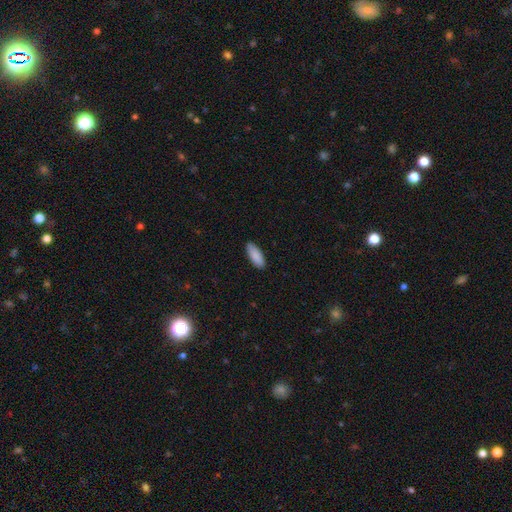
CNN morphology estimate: smooth_or_featured: smooth (p=0.90) [alt: star or artifact p=0.06]
how_rounded: in between (p=0.73) [alt: cigar-shaped p=0.26]
merging: none (p=0.88) [alt: minor disturbance p=0.09]